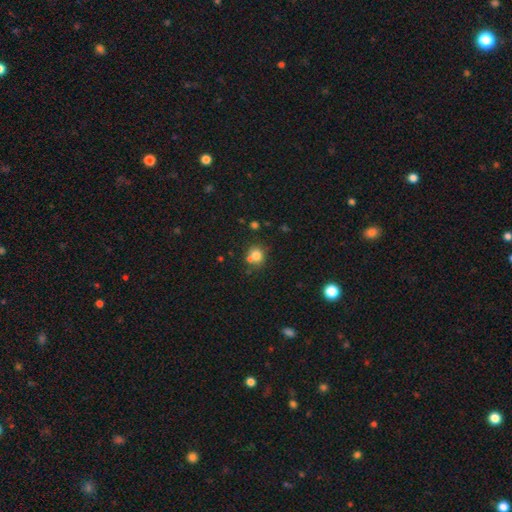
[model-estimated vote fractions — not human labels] Smooth or featured? Predicted: smooth (p=0.78). How rounded? Predicted: round (p=0.80). Merging? Predicted: none (p=0.58).